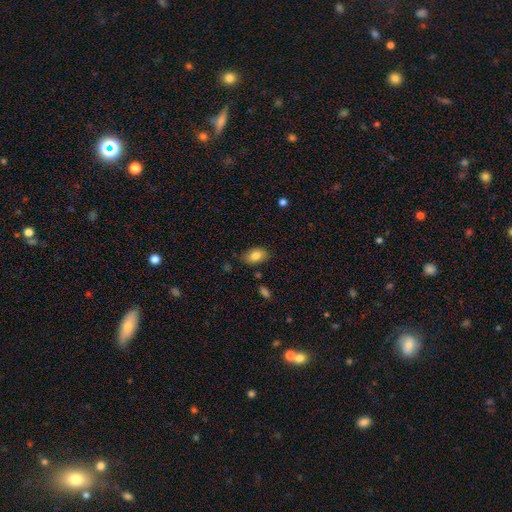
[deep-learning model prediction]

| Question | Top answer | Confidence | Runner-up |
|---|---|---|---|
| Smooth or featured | smooth | 82% | featured or disk (11%) |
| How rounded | in between | 87% | round (11%) |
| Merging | none | 81% | minor disturbance (14%) |